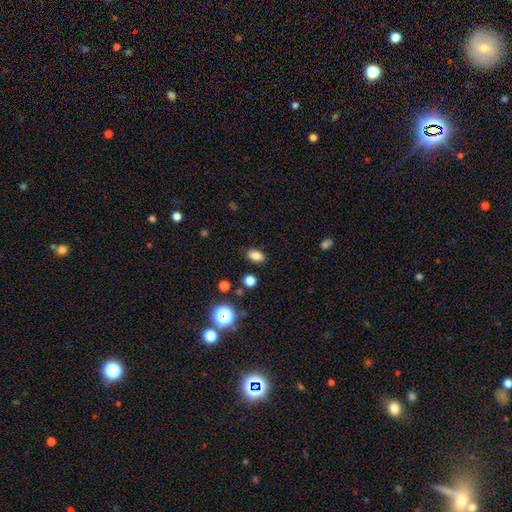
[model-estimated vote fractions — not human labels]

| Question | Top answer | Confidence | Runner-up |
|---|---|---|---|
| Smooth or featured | smooth | 81% | star or artifact (13%) |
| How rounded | in between | 83% | round (15%) |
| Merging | none | 85% | minor disturbance (10%) |